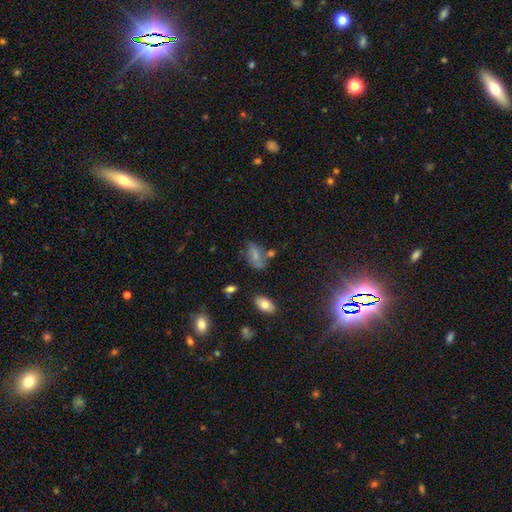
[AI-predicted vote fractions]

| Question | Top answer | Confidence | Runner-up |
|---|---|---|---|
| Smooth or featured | smooth | 68% | featured or disk (20%) |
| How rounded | in between | 86% | cigar-shaped (8%) |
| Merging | none | 52% | minor disturbance (25%) |